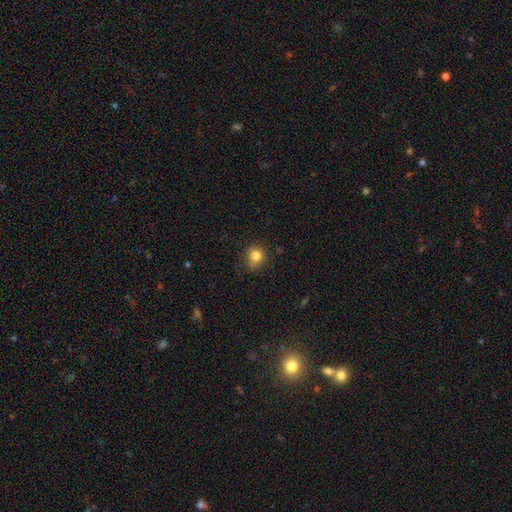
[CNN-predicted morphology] A smooth galaxy with no disk features (82%) that is round (87%). Merging: none (73%).